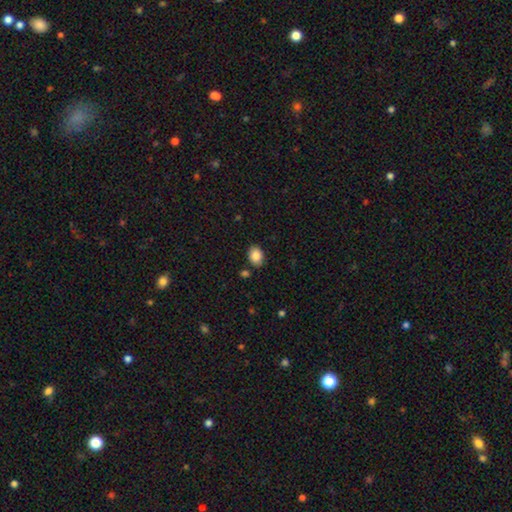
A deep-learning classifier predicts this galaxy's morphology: smooth-or-featured: smooth: 86% | star or artifact: 8% | featured or disk: 6%
  how-rounded: in between: 67% | round: 32% | cigar-shaped: 1%
  merging: none: 84% | minor disturbance: 11% | merger: 3% | major disturbance: 2%